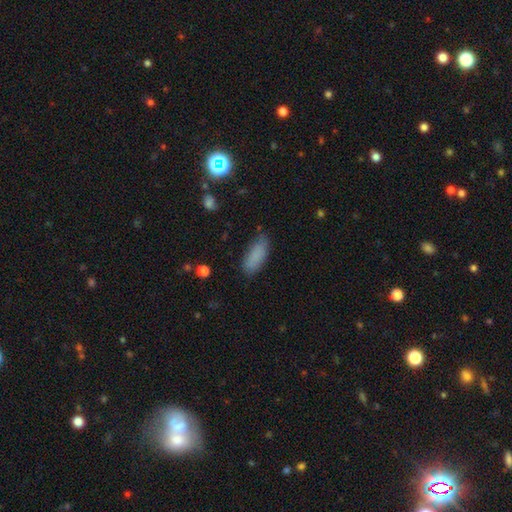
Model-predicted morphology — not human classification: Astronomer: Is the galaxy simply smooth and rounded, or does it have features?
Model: smooth — 85%.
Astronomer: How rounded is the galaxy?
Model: in between — 74%.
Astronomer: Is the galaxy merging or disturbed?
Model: none — 74%.